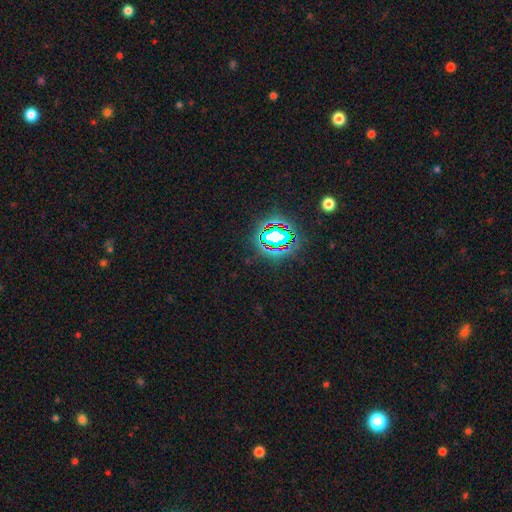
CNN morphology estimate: A star or artifact, not a galaxy (79%).